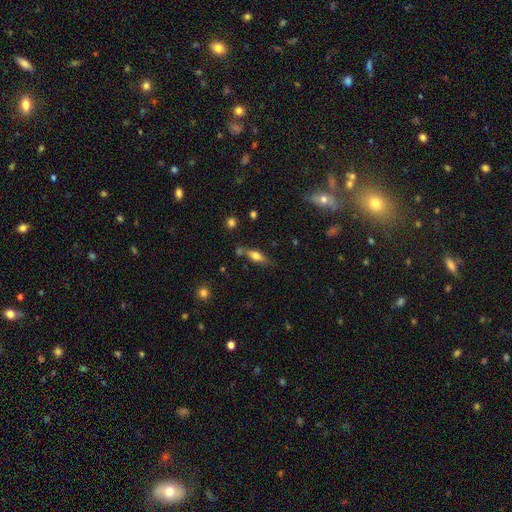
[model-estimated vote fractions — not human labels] smooth 63%, featured or disk 29%, star or artifact 9%. Down the decision tree: how rounded — in between (61%); merging — none (62%).